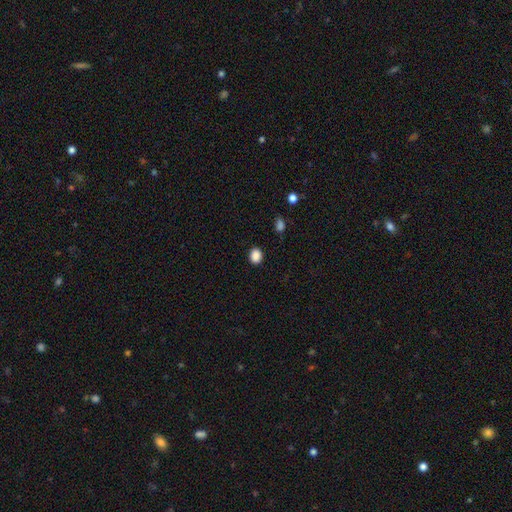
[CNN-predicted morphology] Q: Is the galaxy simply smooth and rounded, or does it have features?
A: smooth — 88%.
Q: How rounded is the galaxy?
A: round — 56%.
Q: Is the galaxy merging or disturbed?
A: none — 89%.